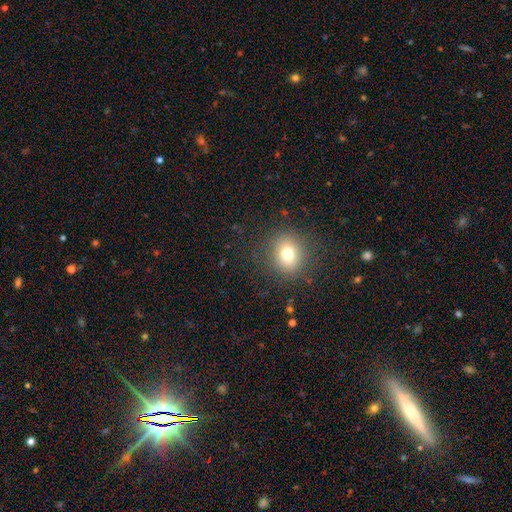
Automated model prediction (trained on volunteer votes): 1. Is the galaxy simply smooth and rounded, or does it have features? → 53% smooth, 34% star or artifact, 12% featured or disk.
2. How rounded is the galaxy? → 81% round, 16% in between, 2% cigar-shaped.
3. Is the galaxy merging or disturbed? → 89% none, 7% minor disturbance, 3% major disturbance, 1% merger.